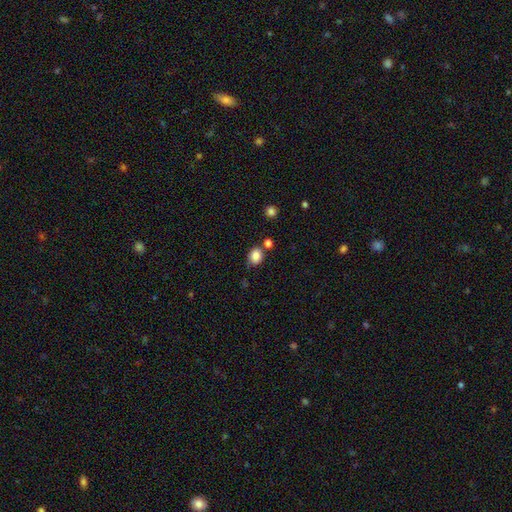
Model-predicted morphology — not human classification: This appears to be a smooth galaxy with no disk features (84%) that is round (54%). Merging: none (65%).